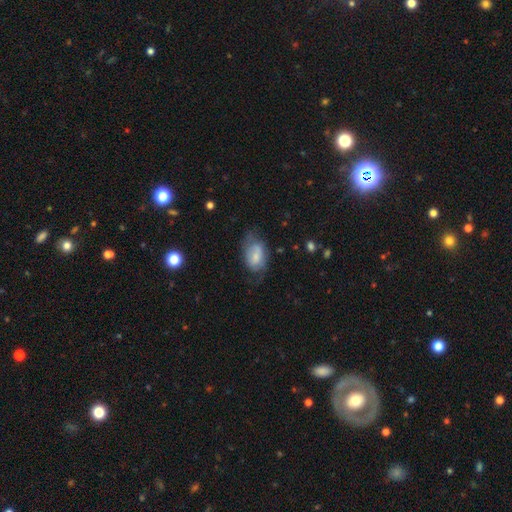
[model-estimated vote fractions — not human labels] Overall: smooth (53%; featured or disk 40%). How rounded: in between (86%). Merging: none (49%; minor disturbance 29%).